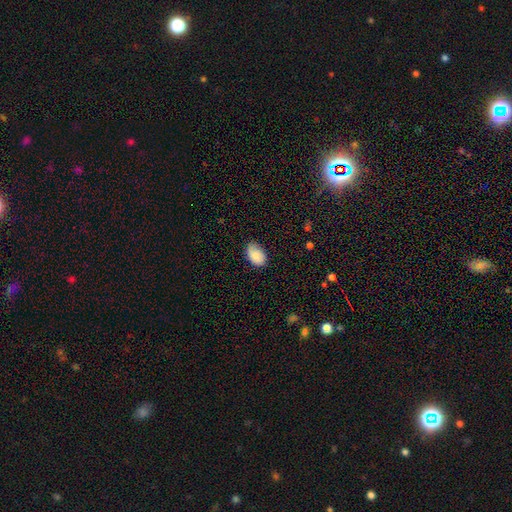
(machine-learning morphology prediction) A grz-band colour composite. It shows a smooth galaxy with no disk features (83%) that is in between round and cigar-shaped (88%). Merging: none (70%).